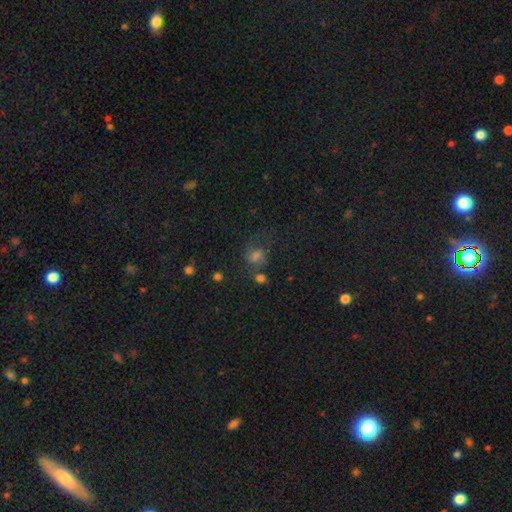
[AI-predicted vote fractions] Smooth or featured: smooth — 48% (star or artifact — 28%)
Merging: none — 47% (minor disturbance — 20%)